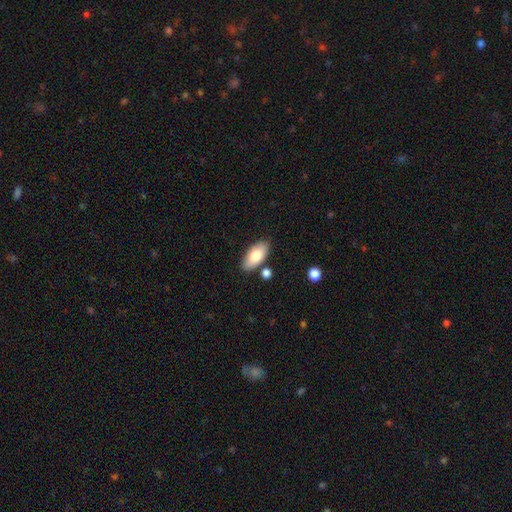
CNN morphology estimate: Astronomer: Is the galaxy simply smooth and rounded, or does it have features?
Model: smooth — 77%.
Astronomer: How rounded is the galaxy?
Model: in between — 91%.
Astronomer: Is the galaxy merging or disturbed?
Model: none — 80%.